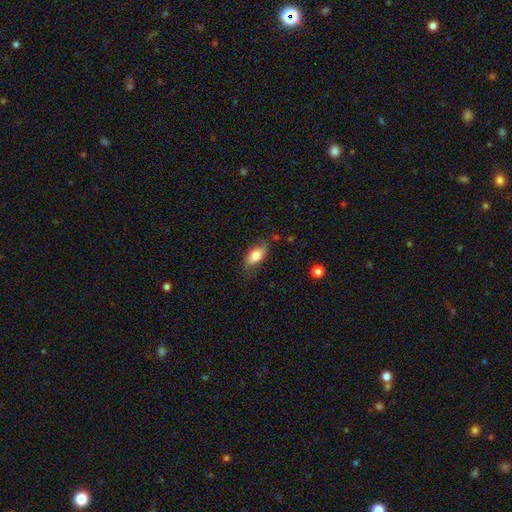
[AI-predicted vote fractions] smooth-or-featured: smooth: 76% | featured or disk: 17% | star or artifact: 7%
  how-rounded: in between: 86% | cigar-shaped: 10% | round: 4%
  merging: none: 73% | minor disturbance: 21% | major disturbance: 5% | merger: 2%